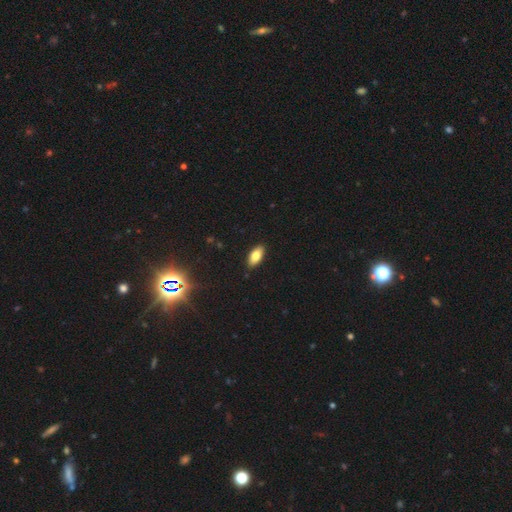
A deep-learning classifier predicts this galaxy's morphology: smooth 80%, featured or disk 11%, star or artifact 9%. Down the decision tree: how rounded — in between (89%); merging — none (89%).